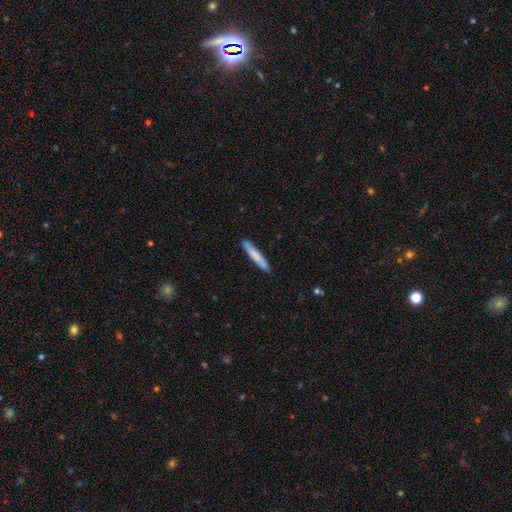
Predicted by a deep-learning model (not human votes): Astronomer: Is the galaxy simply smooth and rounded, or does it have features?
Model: smooth — 77%.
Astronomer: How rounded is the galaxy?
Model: cigar-shaped — 93%.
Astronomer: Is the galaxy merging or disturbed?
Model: none — 90%.